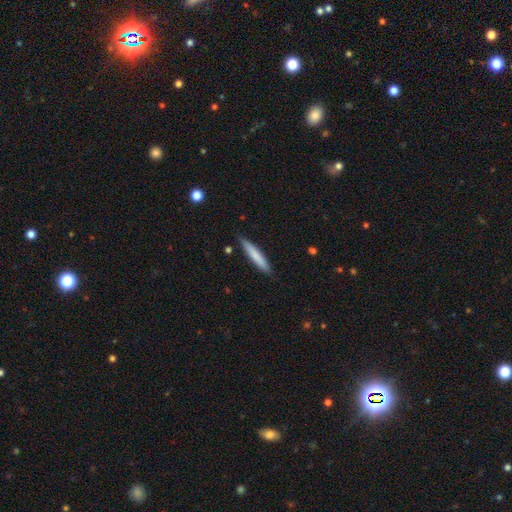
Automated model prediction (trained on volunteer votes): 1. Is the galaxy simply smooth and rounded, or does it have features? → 76% smooth, 18% featured or disk, 6% star or artifact.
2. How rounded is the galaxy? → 91% cigar-shaped, 8% in between, 1% round.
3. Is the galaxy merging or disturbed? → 85% none, 12% minor disturbance, 2% major disturbance, 1% merger.